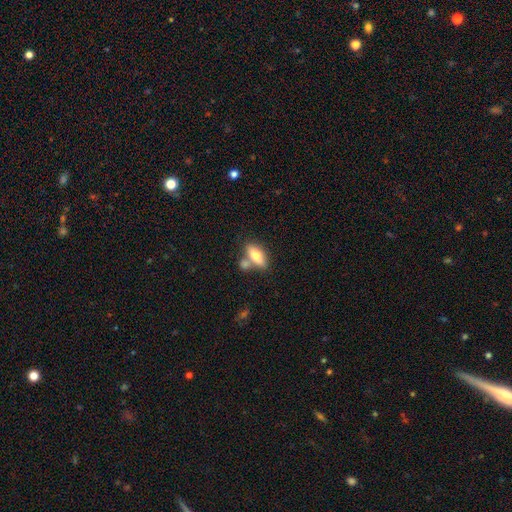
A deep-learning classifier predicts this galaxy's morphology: A smooth galaxy with no disk features (72%) that is in between round and cigar-shaped (80%).

Vote fractions:
- Smooth or featured? smooth: 72% / featured or disk: 21% / star or artifact: 7%
- How rounded? in between: 80% / cigar-shaped: 16% / round: 4%
- Merging? none: 52% / merger: 31% / minor disturbance: 13% / major disturbance: 4%